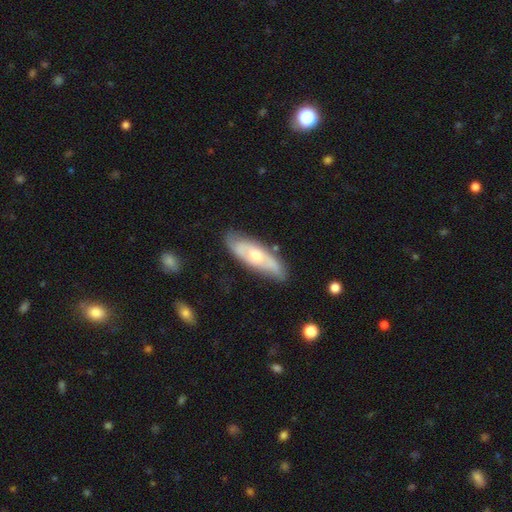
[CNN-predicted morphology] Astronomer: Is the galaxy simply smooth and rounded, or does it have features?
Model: featured or disk — 64%.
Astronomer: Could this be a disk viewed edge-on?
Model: no — 74%.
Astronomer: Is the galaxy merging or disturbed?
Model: none — 80%.